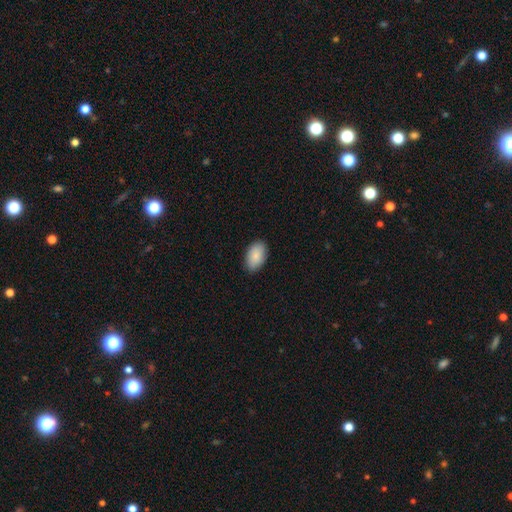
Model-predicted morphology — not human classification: This is clearly a smooth galaxy (88%). How rounded: clearly in between (94%). Merging: clearly none (87%).